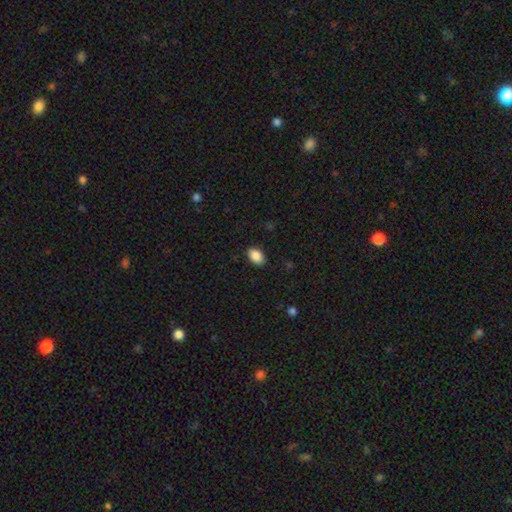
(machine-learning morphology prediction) smooth_or_featured: smooth (p=0.88) [alt: star or artifact p=0.08]
how_rounded: in between (p=0.87) [alt: round p=0.12]
merging: none (p=0.88) [alt: minor disturbance p=0.09]